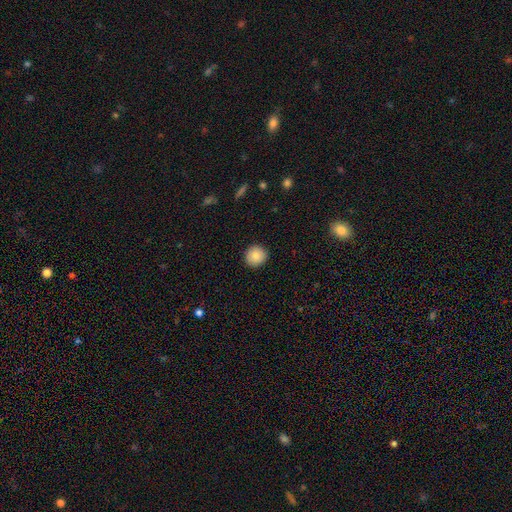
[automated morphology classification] Smooth or featured? Predicted: smooth (p=0.87). How rounded? Predicted: round (p=0.92). Merging? Predicted: none (p=0.92).